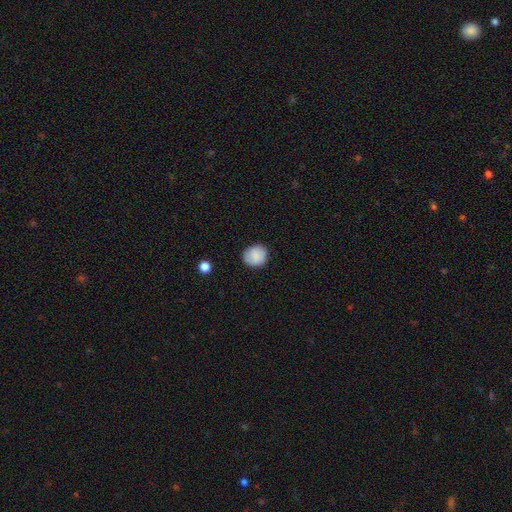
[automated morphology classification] This is clearly a smooth galaxy (86%). How rounded: clearly round (84%). Merging: clearly none (85%).